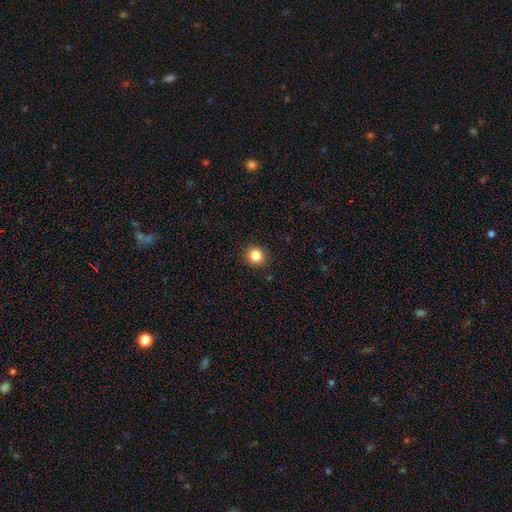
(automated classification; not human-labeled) A smooth galaxy with no disk features (85%) that is round (92%). Merging: none (91%).